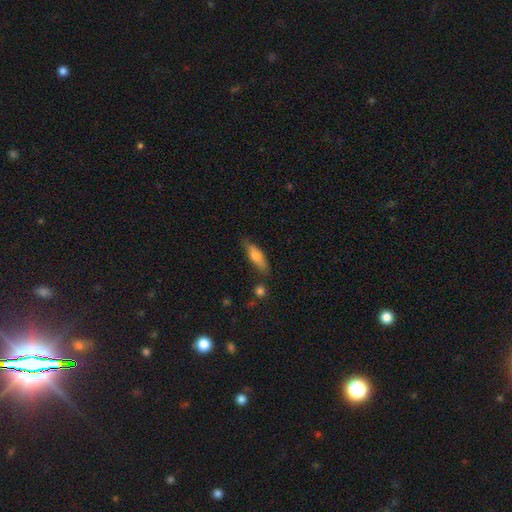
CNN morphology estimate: A smooth galaxy with no disk features (67%) that is cigar-shaped (54%).

Vote fractions:
- Smooth or featured? smooth: 67% / featured or disk: 27% / star or artifact: 6%
- How rounded? cigar-shaped: 54% / in between: 44% / round: 2%
- Merging? none: 76% / minor disturbance: 16% / merger: 4% / major disturbance: 4%